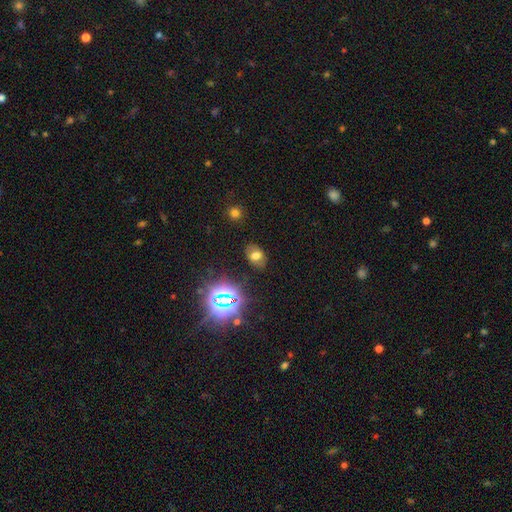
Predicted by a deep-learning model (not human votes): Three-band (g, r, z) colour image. It shows a smooth galaxy with no disk features (60%) that is in between round and cigar-shaped (77%). Merging: none (80%).